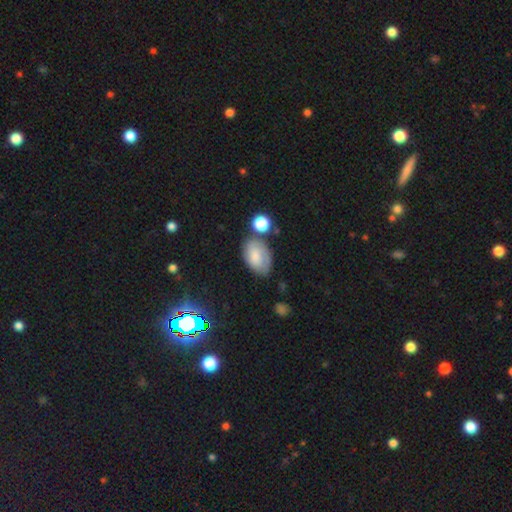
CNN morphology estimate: smooth-or-featured: smooth: 64% | featured or disk: 26% | star or artifact: 10%
  how-rounded: in between: 89% | round: 10% | cigar-shaped: 1%
  merging: none: 58% | minor disturbance: 24% | merger: 10% | major disturbance: 9%